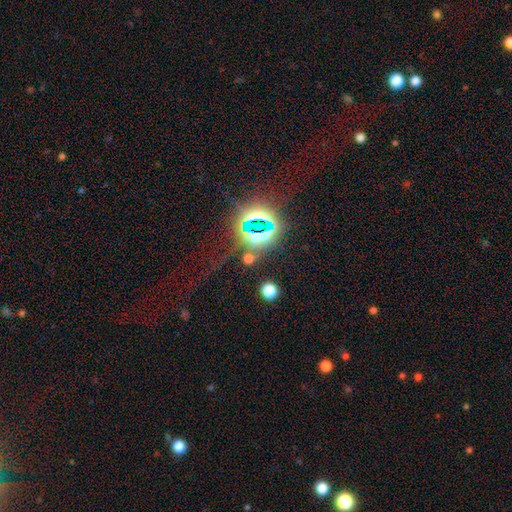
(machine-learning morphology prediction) smooth-or-featured: star or artifact: 75% | smooth: 12% | featured or disk: 12%